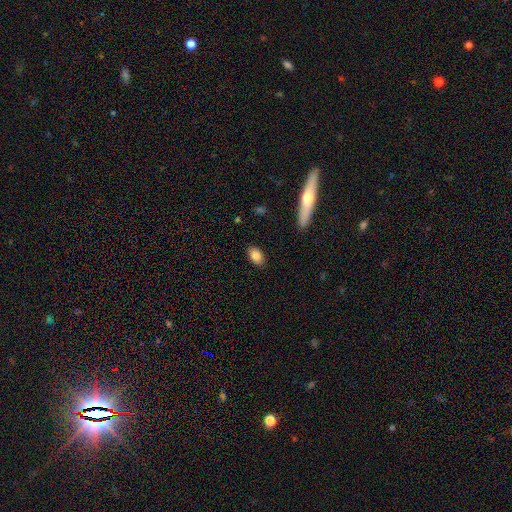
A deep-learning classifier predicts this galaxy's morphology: type=smooth (85%); roundness=in between (87%); merging=none (88%).